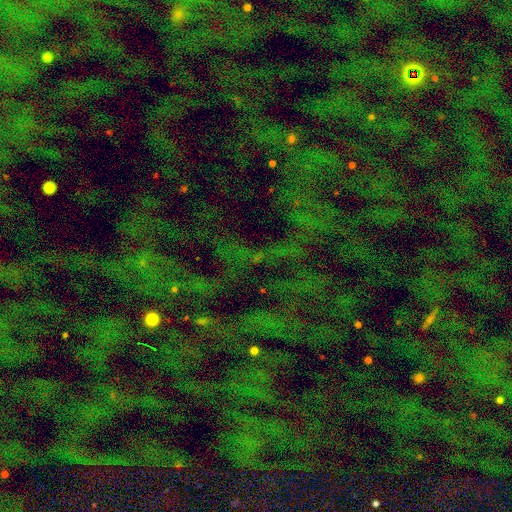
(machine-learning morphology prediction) smooth-or-featured: star or artifact: 72% | smooth: 18% | featured or disk: 9%